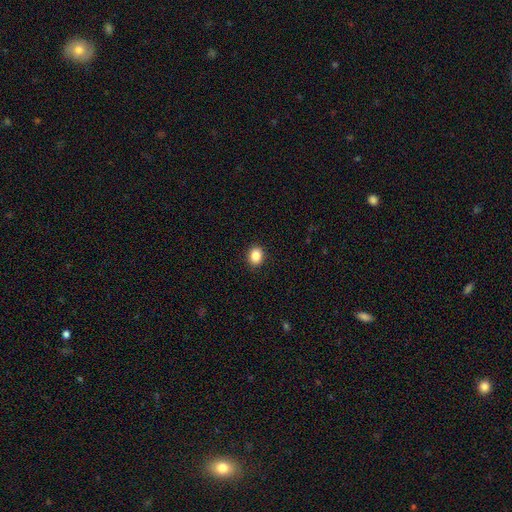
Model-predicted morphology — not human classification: The model was most divided on "how rounded": round: 53%, in between: 46%, cigar-shaped: 1%. More confident: merging — none (91%); smooth or featured — smooth (86%).